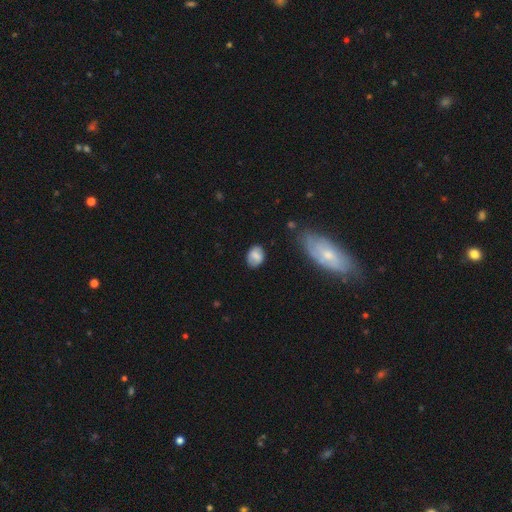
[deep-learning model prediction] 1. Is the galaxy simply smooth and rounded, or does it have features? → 72% smooth, 19% featured or disk, 8% star or artifact.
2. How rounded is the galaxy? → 66% in between, 32% round, 1% cigar-shaped.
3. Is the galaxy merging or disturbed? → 73% none, 20% minor disturbance, 4% major disturbance, 2% merger.